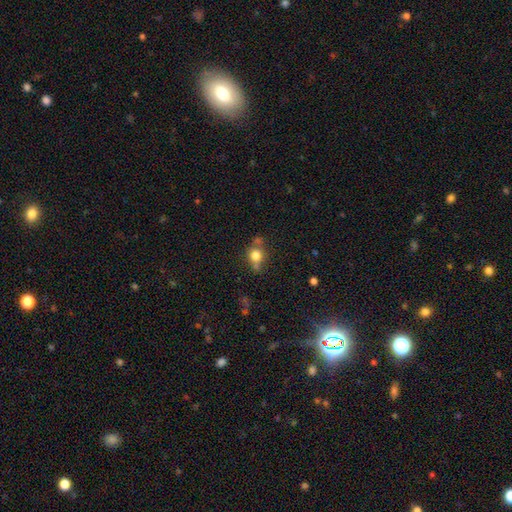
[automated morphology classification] smooth_or_featured: smooth (p=0.76) [alt: star or artifact p=0.12]
how_rounded: round (p=0.76) [alt: in between p=0.22]
merging: none (p=0.58) [alt: minor disturbance p=0.18]